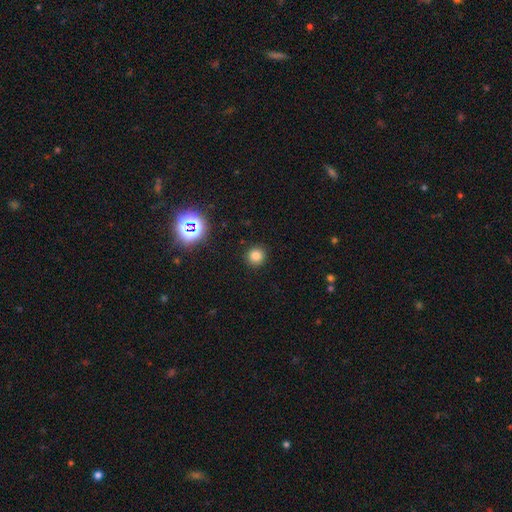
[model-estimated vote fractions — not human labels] A smooth galaxy with no disk features (78%) that is round (93%).

Vote fractions:
- Smooth or featured? smooth: 78% / star or artifact: 17% / featured or disk: 5%
- How rounded? round: 93% / in between: 6% / cigar-shaped: 1%
- Merging? none: 91% / minor disturbance: 6% / major disturbance: 2% / merger: 1%